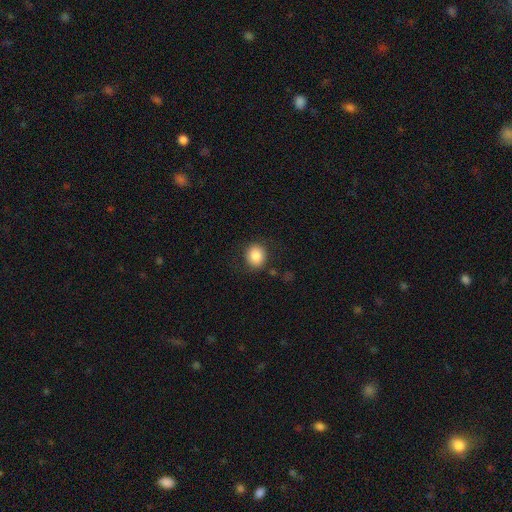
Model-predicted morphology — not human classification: Smooth or featured: smooth — 84% (star or artifact — 8%)
How rounded: round — 77% (in between — 22%)
Merging: none — 82% (minor disturbance — 12%)